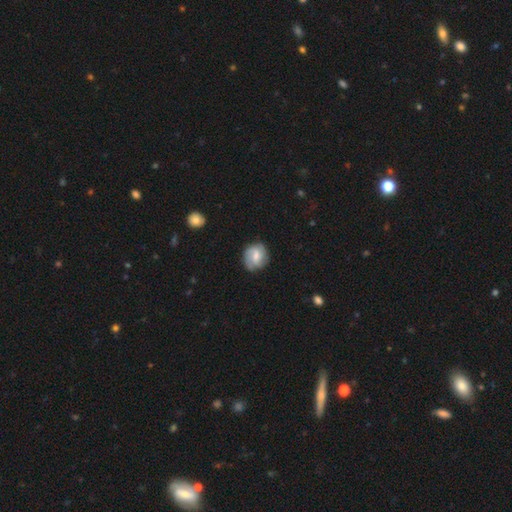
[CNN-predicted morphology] The model was most divided on "smooth or featured": featured or disk: 47%, smooth: 46%, star or artifact: 7%. More confident: merging — none (73%).